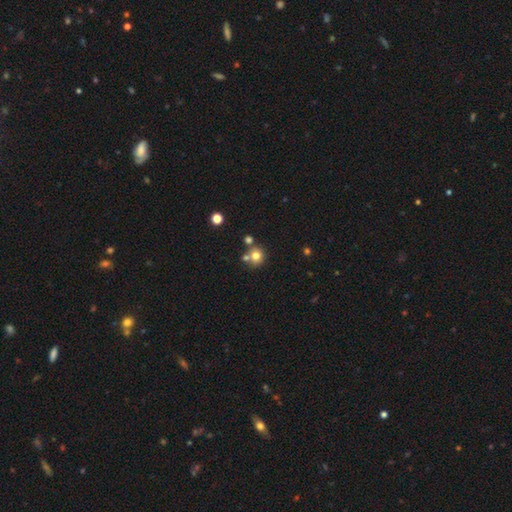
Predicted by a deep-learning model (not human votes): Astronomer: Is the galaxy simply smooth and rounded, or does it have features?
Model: smooth — 75%.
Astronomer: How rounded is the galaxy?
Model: round — 85%.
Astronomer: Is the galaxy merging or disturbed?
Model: none — 59%.